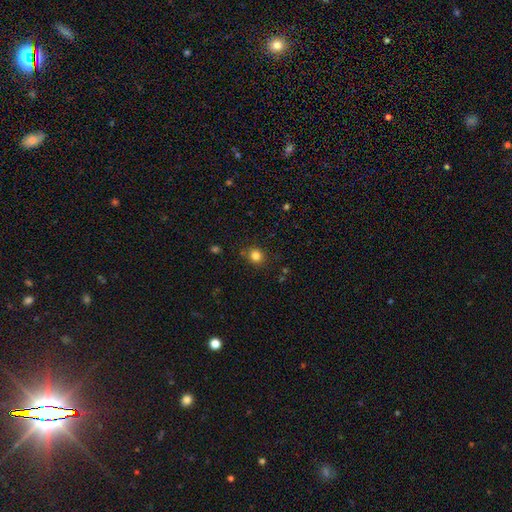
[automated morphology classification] This appears to be a smooth galaxy with no disk features (82%) that is round (83%). Merging: none (84%).